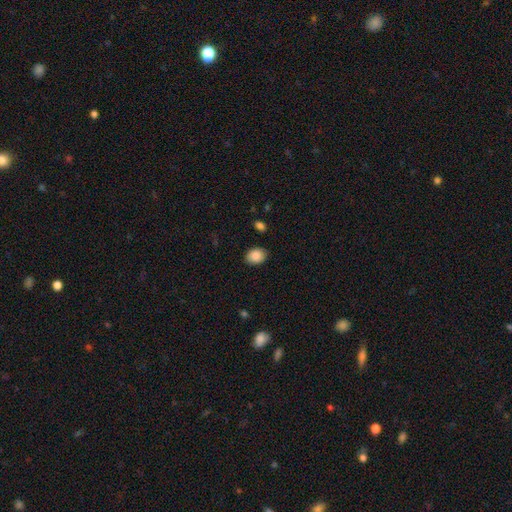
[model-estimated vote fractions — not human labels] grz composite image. It shows a smooth galaxy with no disk features (89%) that is in between round and cigar-shaped (64%). Merging: none (85%).